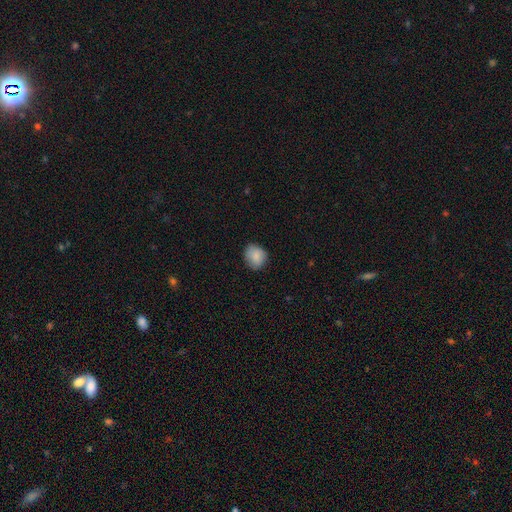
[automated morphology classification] smooth-or-featured: smooth: 87% | star or artifact: 7% | featured or disk: 6%
  how-rounded: round: 71% | in between: 28% | cigar-shaped: 1%
  merging: none: 80% | minor disturbance: 16% | major disturbance: 3% | merger: 1%